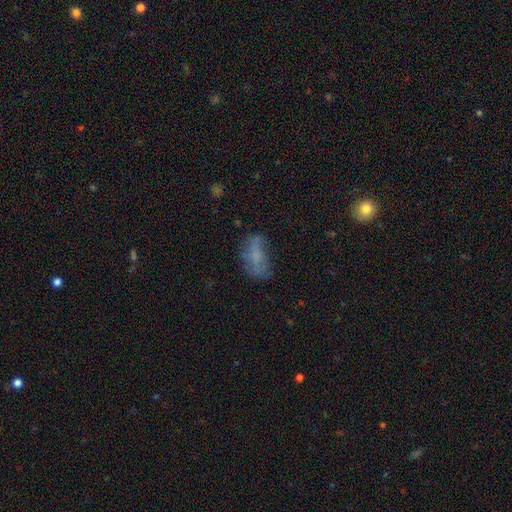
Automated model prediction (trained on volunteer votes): The model was most divided on "smooth or featured": smooth: 54%, featured or disk: 34%, star or artifact: 13%. More confident: how rounded — in between (84%); merging — none (51%).